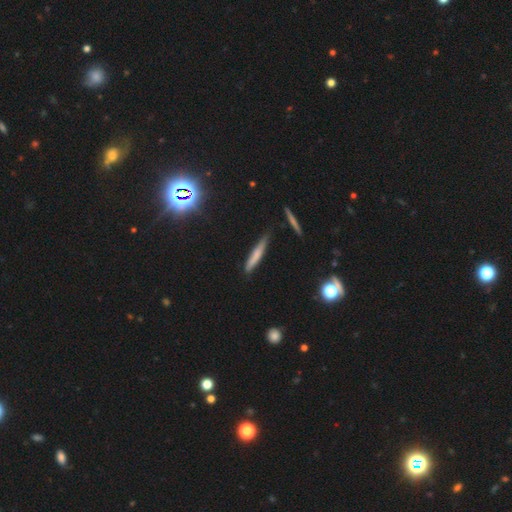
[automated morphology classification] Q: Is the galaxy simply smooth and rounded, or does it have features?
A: smooth — 66%.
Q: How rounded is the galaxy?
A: cigar-shaped — 92%.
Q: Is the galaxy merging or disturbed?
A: none — 76%.